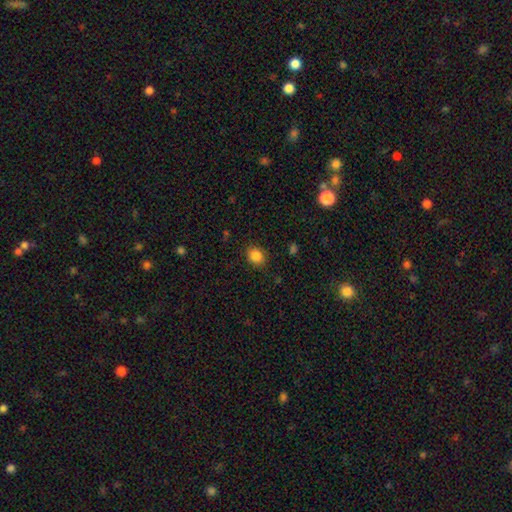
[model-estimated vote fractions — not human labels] Smooth or featured? Predicted: smooth (p=0.85). How rounded? Predicted: round (p=0.68). Merging? Predicted: none (p=0.87).